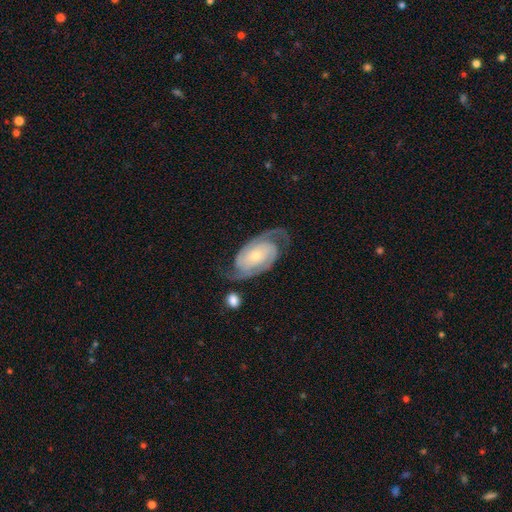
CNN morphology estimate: Overall: featured or disk (90%). Edge-on disk: no (97%). Bar: no (66%). Spiral arms: yes (98%). Spiral arm count: 2 (91%). Spiral winding: tight (54%; medium 37%). Bulge size: small (67%). Merging: none (76%).